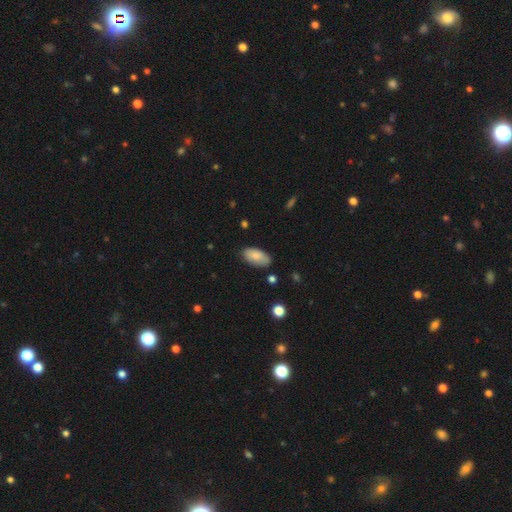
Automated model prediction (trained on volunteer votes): Smooth or featured: smooth — 83% (featured or disk — 11%)
How rounded: in between — 94% (cigar-shaped — 4%)
Merging: none — 78% (minor disturbance — 17%)